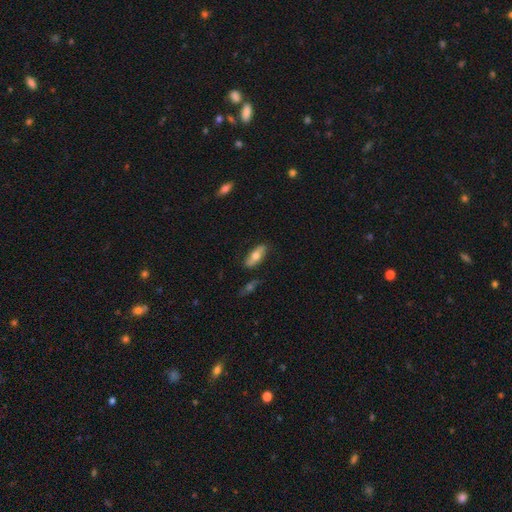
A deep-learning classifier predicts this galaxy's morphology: A smooth galaxy with no disk features (59%) that is in between round and cigar-shaped (72%). Merging: none (79%).